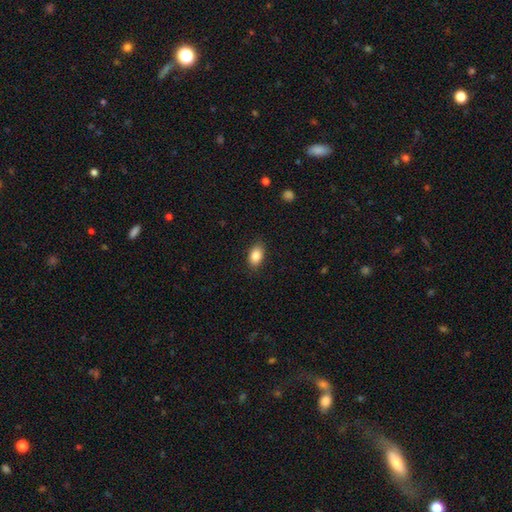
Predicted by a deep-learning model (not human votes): A smooth galaxy with no disk features (86%) that is in between round and cigar-shaped (89%).

Vote fractions:
- Smooth or featured? smooth: 86% / star or artifact: 8% / featured or disk: 6%
- How rounded? in between: 89% / round: 9% / cigar-shaped: 2%
- Merging? none: 87% / minor disturbance: 10% / major disturbance: 2% / merger: 1%